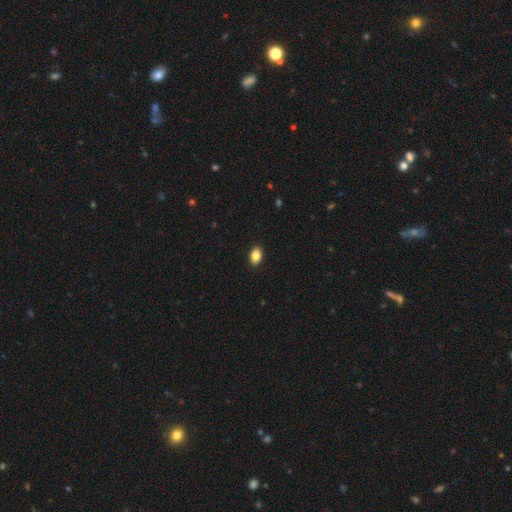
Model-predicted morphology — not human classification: A smooth galaxy with no disk features (85%) that is in between round and cigar-shaped (82%).

Vote fractions:
- Smooth or featured? smooth: 85% / star or artifact: 8% / featured or disk: 6%
- How rounded? in between: 82% / round: 17% / cigar-shaped: 1%
- Merging? none: 90% / minor disturbance: 7% / major disturbance: 2% / merger: 1%